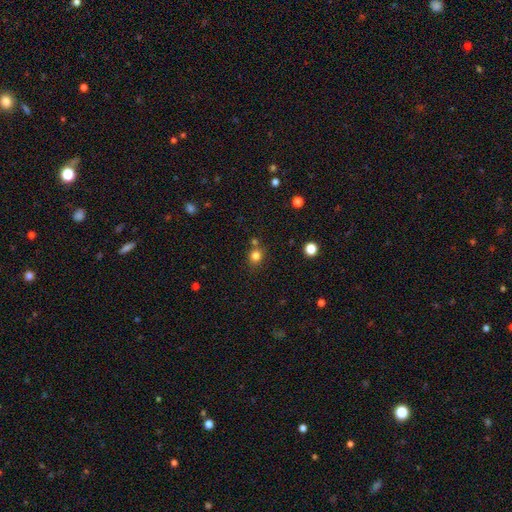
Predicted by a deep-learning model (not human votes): smooth-or-featured: smooth: 80% | star or artifact: 14% | featured or disk: 6%
  how-rounded: round: 80% | in between: 19% | cigar-shaped: 1%
  merging: none: 71% | merger: 14% | minor disturbance: 11% | major disturbance: 3%